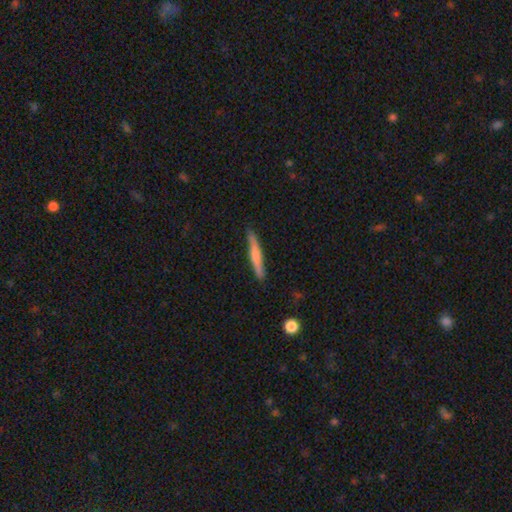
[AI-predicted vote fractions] smooth_or_featured: smooth (p=0.58) [alt: featured or disk p=0.36]
how_rounded: cigar-shaped (p=0.95) [alt: in between p=0.04]
merging: none (p=0.85) [alt: minor disturbance p=0.11]